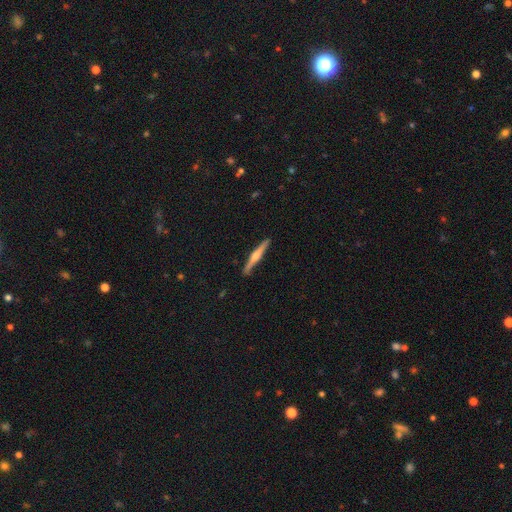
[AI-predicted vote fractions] smooth-or-featured: featured or disk: 70% | smooth: 25% | star or artifact: 6%
  disk-edge-on: yes: 98% | no: 2%
    edge-on-bulge: rounded: 83% | boxy: 9% | none: 8%
  merging: none: 90% | minor disturbance: 8% | major disturbance: 2% | merger: 1%